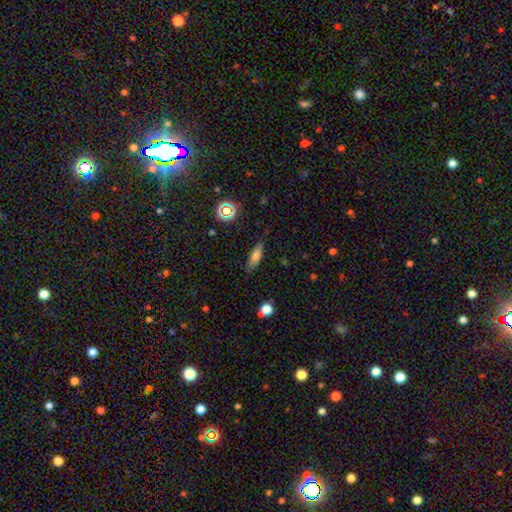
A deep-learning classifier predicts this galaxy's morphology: Smooth or featured? smooth (70%)
How rounded? in between (51%)
Merging? none (77%)